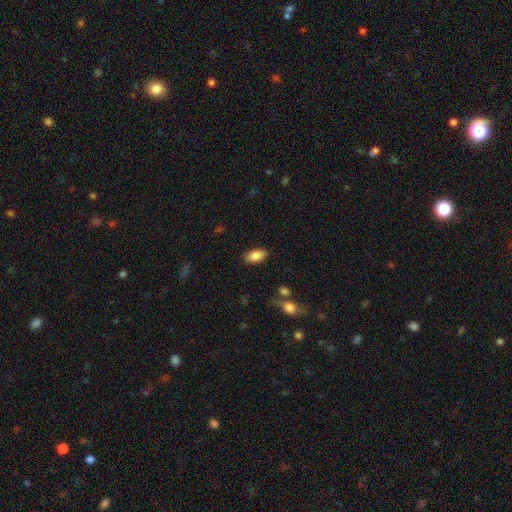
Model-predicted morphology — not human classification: Smooth or featured? smooth (86%)
How rounded? in between (92%)
Merging? none (86%)